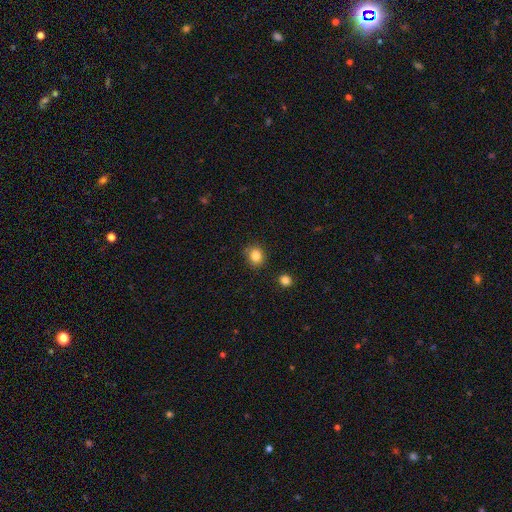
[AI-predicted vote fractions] A smooth galaxy with no disk features (84%) that is round (74%). Merging: none (84%).